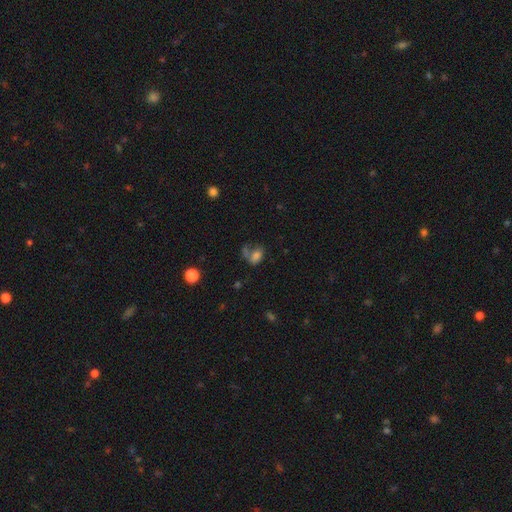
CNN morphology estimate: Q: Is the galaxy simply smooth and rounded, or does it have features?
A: smooth — 71%.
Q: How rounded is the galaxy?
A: in between — 81%.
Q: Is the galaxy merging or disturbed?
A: none — 33%.